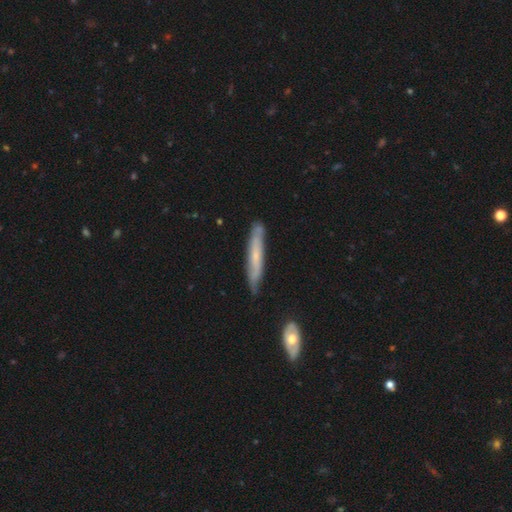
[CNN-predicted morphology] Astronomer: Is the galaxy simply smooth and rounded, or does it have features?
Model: featured or disk — 50% (runner-up: smooth, 44%).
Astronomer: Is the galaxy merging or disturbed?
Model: none — 79%.